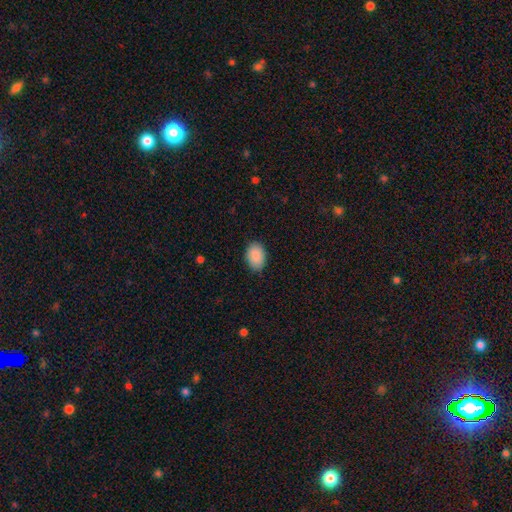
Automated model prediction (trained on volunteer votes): This appears to be a smooth galaxy with no disk features (90%) that is in between round and cigar-shaped (86%). Merging: none (85%).